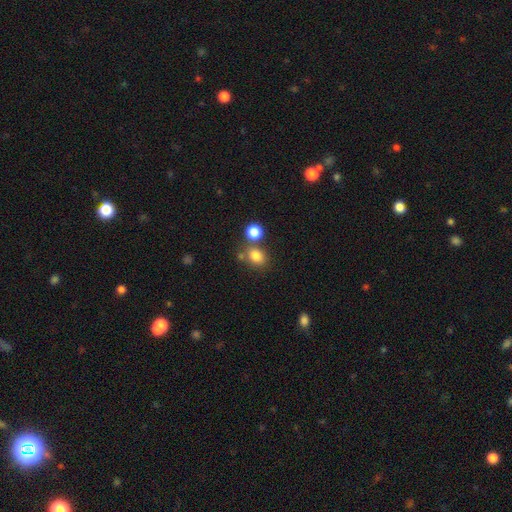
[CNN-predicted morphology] Smooth or featured? smooth (81%)
How rounded? round (56%)
Merging? none (62%)